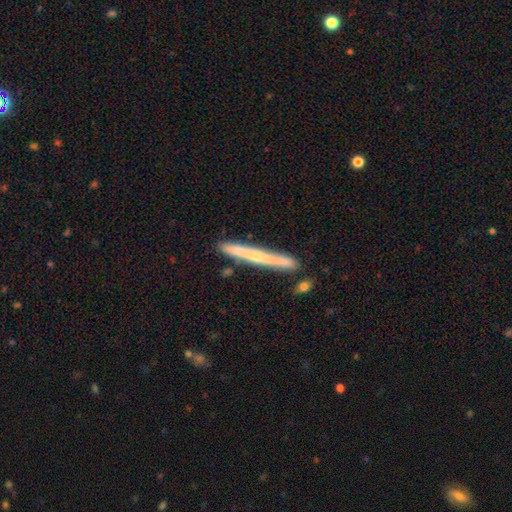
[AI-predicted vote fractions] Overall: featured or disk (55%; smooth 39%). Edge-on disk: yes (95%). Edge-on bulge: none (52%; rounded 42%). Merging: none (82%).